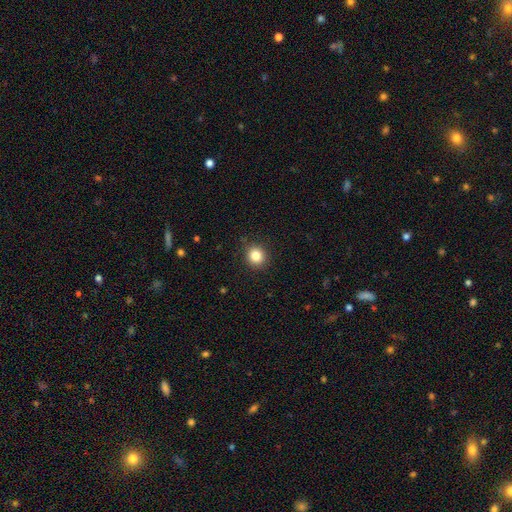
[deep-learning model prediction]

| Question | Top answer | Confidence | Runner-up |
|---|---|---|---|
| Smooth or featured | smooth | 84% | star or artifact (11%) |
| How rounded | round | 89% | in between (10%) |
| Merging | none | 90% | minor disturbance (7%) |